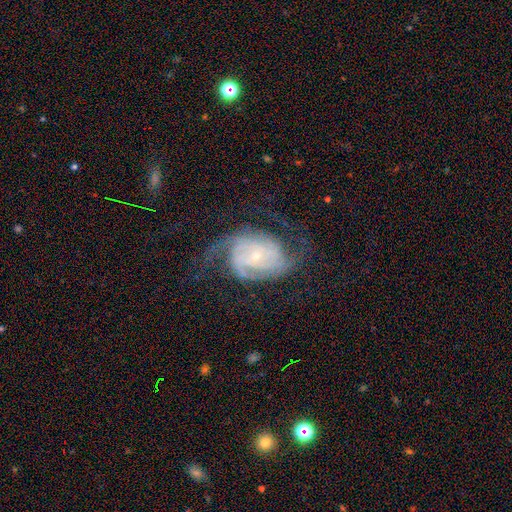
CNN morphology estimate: Smooth or featured? featured or disk (87%)
Edge-on disk? no (97%)
Bar? no (62%)
Spiral arms? yes (97%)
Spiral winding? medium (43%)
Spiral arm count? 2 (41%)
Bulge size? small (77%)
Merging? none (60%)